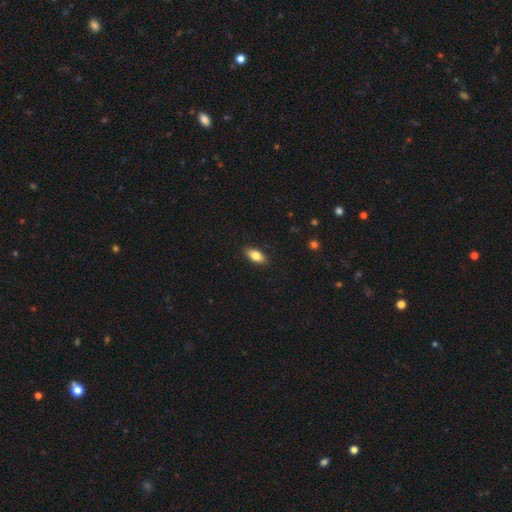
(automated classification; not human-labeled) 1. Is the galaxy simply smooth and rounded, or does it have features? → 82% smooth, 11% featured or disk, 7% star or artifact.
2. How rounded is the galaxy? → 89% in between, 8% cigar-shaped, 3% round.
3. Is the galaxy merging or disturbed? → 89% none, 8% minor disturbance, 2% major disturbance, 1% merger.